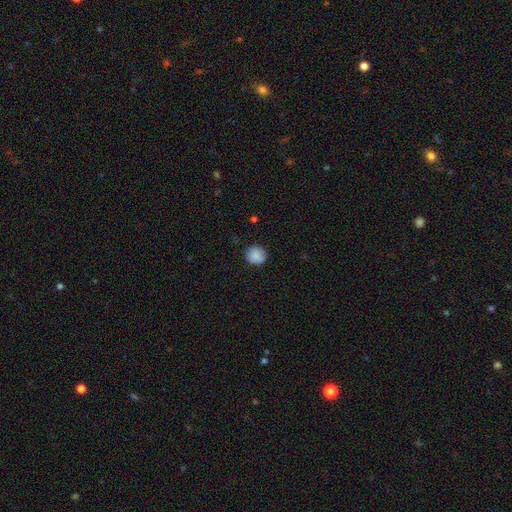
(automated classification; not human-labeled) Smooth or featured: smooth — 85% (star or artifact — 8%)
How rounded: round — 89% (in between — 10%)
Merging: none — 82% (minor disturbance — 14%)